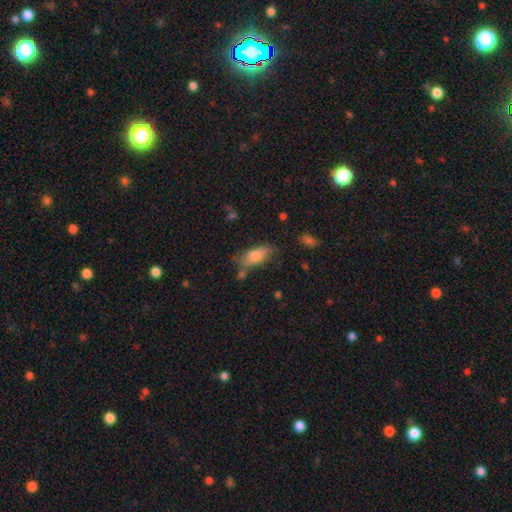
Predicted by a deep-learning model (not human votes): Smooth or featured? Predicted: smooth (p=0.77). How rounded? Predicted: in between (p=0.78). Merging? Predicted: none (p=0.56).